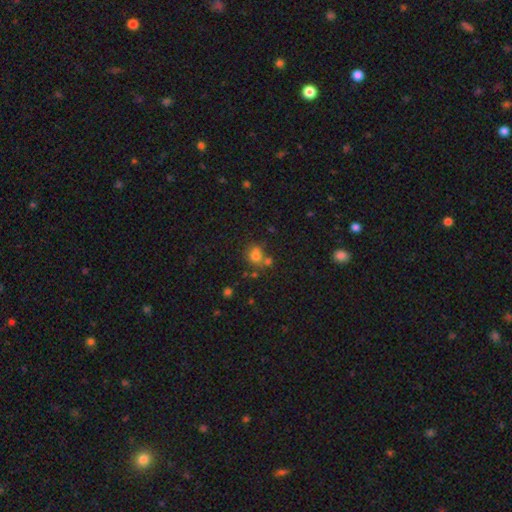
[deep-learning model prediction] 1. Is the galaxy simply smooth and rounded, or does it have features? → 73% smooth, 16% star or artifact, 11% featured or disk.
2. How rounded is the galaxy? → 70% round, 29% in between, 1% cigar-shaped.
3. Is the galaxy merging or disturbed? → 50% none, 29% merger, 14% minor disturbance, 7% major disturbance.